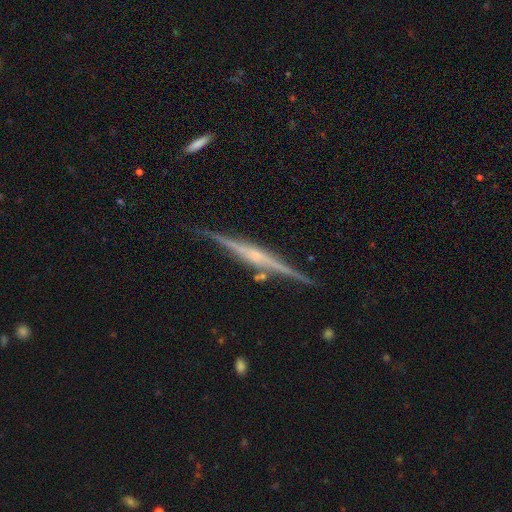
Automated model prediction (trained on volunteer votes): A featured or disk galaxy (83%) viewed edge-on (98%) with a rounded central bulge (59%). Merging: none (87%).